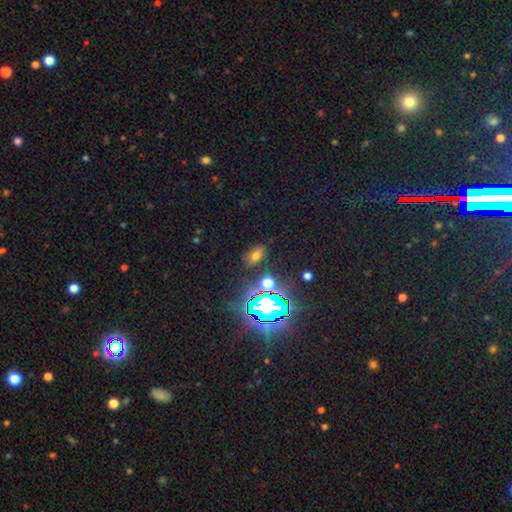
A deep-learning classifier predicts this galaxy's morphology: A smooth galaxy with no disk features (55%) that is in between round and cigar-shaped (86%). Merging: none (82%).